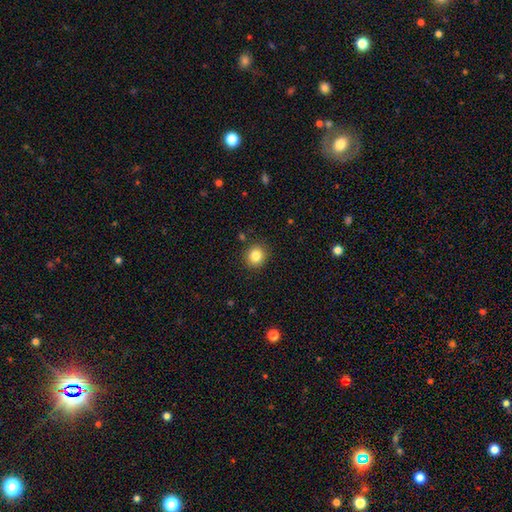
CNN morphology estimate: This is clearly a smooth galaxy (84%). How rounded: clearly round (84%). Merging: clearly none (89%).